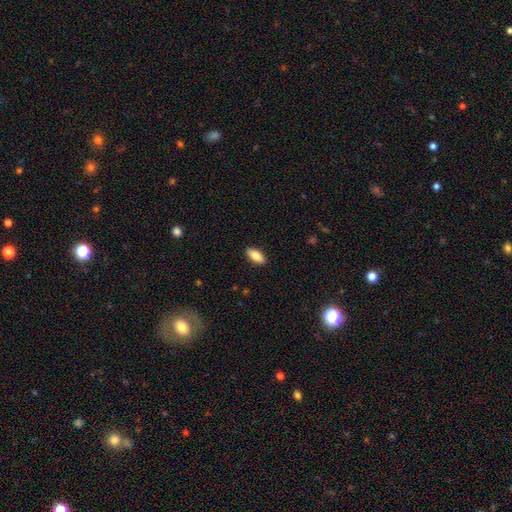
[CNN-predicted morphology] The model was most divided on "smooth or featured": smooth: 84%, featured or disk: 9%, star or artifact: 7%. More confident: merging — none (90%); how rounded — in between (88%).